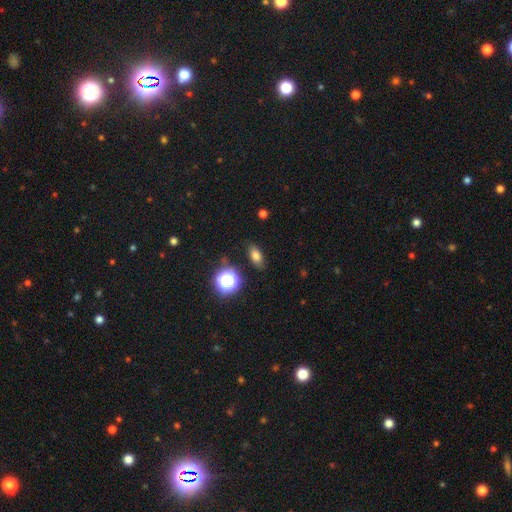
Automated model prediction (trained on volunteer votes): smooth-or-featured: smooth: 75% | star or artifact: 16% | featured or disk: 9%
  how-rounded: in between: 80% | round: 12% | cigar-shaped: 8%
  merging: none: 86% | minor disturbance: 10% | major disturbance: 3% | merger: 2%